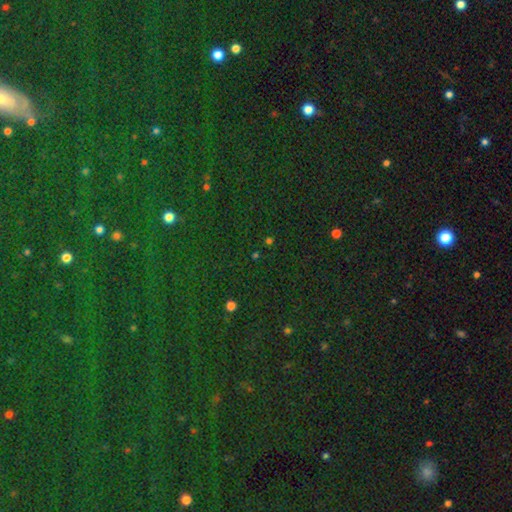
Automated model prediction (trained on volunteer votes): Smooth or featured? star or artifact (74%)